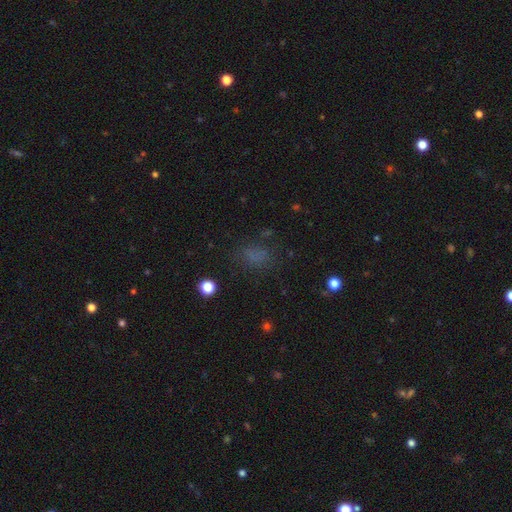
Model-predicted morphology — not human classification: Q: Smooth or featured?
A: smooth (67%); runner-up: star or artifact (24%)
Q: How rounded?
A: in between (68%); runner-up: round (29%)
Q: Merging?
A: none (71%); runner-up: minor disturbance (16%)